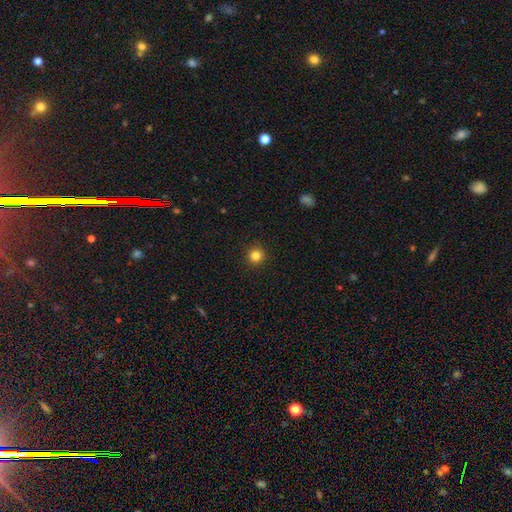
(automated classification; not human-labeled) A smooth galaxy with no disk features (83%) that is round (95%). Merging: none (93%).